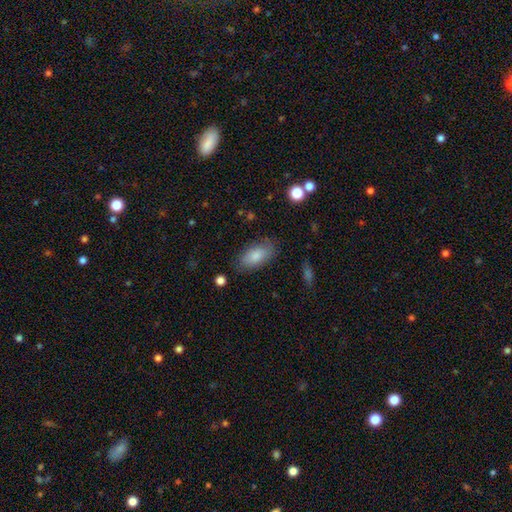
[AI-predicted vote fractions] A smooth galaxy with no disk features (82%) that is in between round and cigar-shaped (92%). Merging: none (77%).